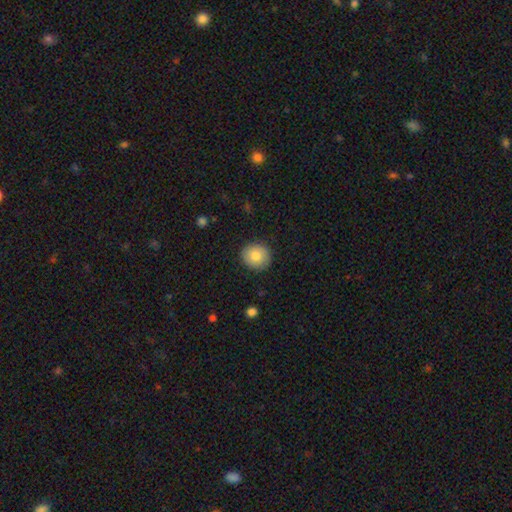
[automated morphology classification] A smooth galaxy with no disk features (80%) that is round (88%).

Vote fractions:
- Smooth or featured? smooth: 80% / featured or disk: 12% / star or artifact: 8%
- How rounded? round: 88% / in between: 11% / cigar-shaped: 1%
- Merging? none: 89% / minor disturbance: 8% / major disturbance: 2% / merger: 1%